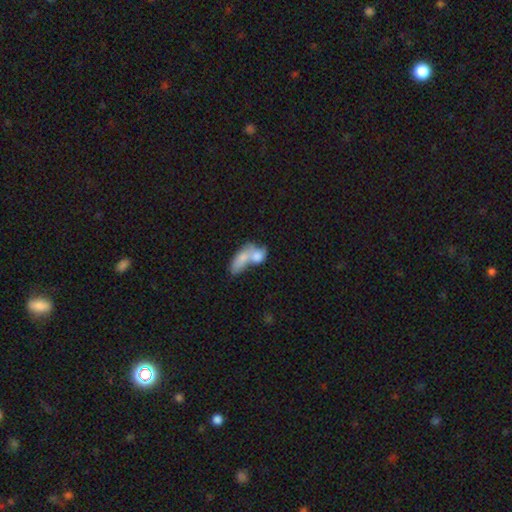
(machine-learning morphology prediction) The model was most divided on "how rounded": in between: 70%, round: 20%, cigar-shaped: 10%. More confident: merging — merger (74%); smooth or featured — smooth (72%).